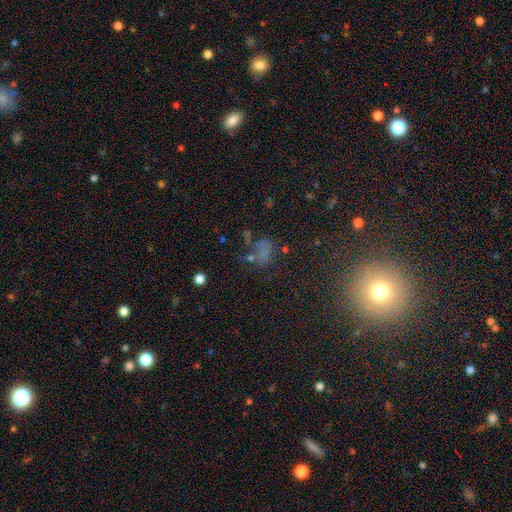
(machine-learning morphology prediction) star or artifact 41%, smooth 39%, featured or disk 20%.